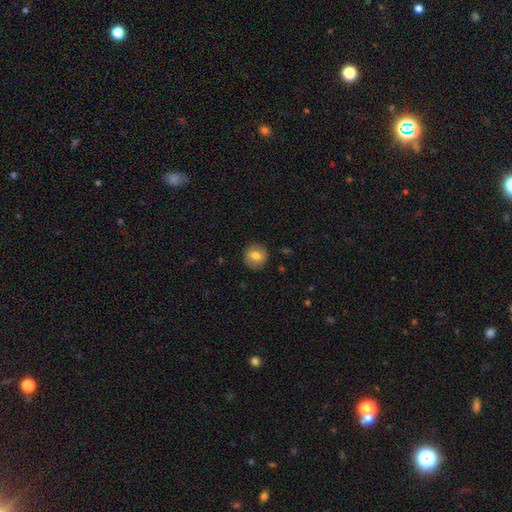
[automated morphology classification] Q: Smooth or featured?
A: smooth (74%); runner-up: featured or disk (17%)
Q: How rounded?
A: round (87%); runner-up: in between (12%)
Q: Merging?
A: none (88%); runner-up: minor disturbance (8%)